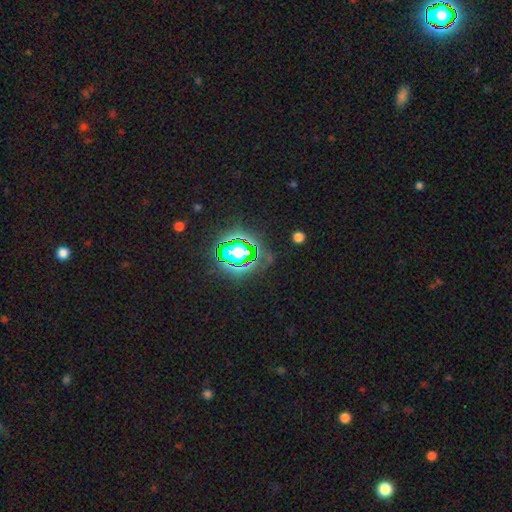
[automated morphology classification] smooth_or_featured: star or artifact (p=0.82) [alt: smooth p=0.11]